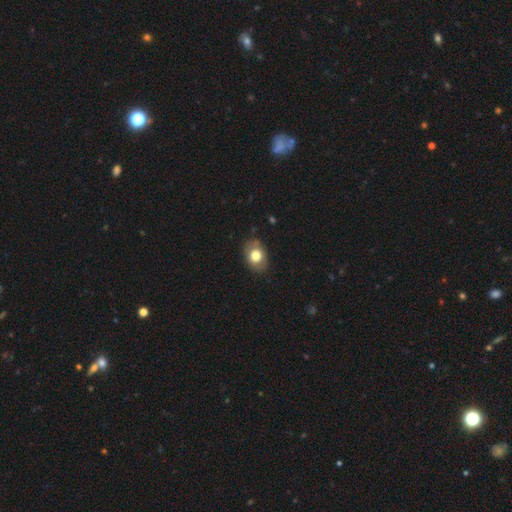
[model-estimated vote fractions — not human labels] Smooth or featured? Predicted: smooth (p=0.75). How rounded? Predicted: in between (p=0.72). Merging? Predicted: none (p=0.80).